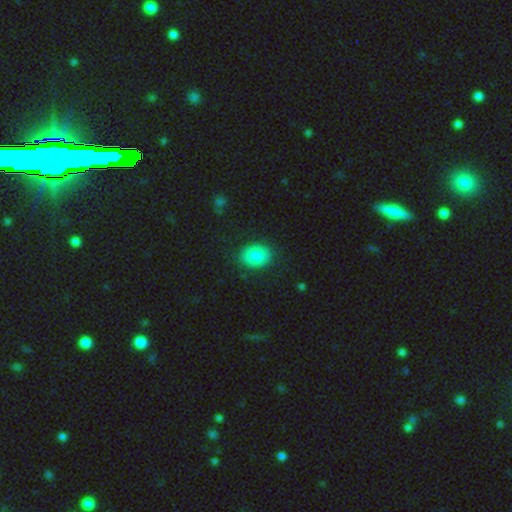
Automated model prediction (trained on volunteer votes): smooth_or_featured: smooth (p=0.84) [alt: star or artifact p=0.08]
how_rounded: in between (p=0.57) [alt: round p=0.42]
merging: none (p=0.85) [alt: minor disturbance p=0.11]